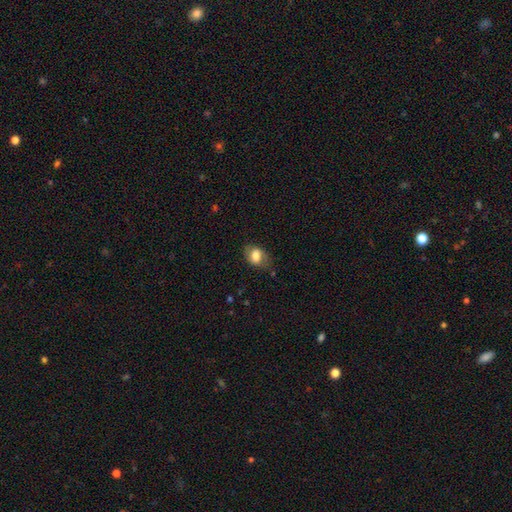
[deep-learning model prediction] Smooth or featured? Predicted: smooth (p=0.73). How rounded? Predicted: in between (p=0.78). Merging? Predicted: none (p=0.68).